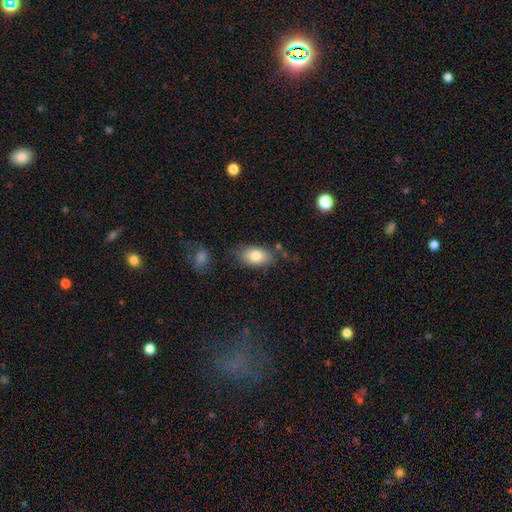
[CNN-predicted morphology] The model was most divided on "merging": none: 73%, minor disturbance: 18%, merger: 5%, major disturbance: 4%. More confident: how rounded — in between (90%); smooth or featured — smooth (81%).